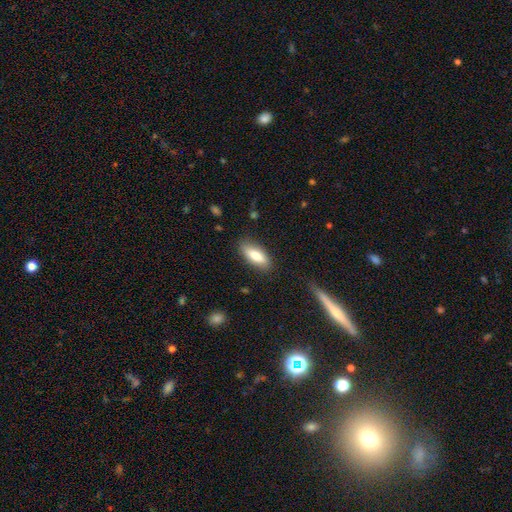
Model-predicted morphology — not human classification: smooth 79%, featured or disk 14%, star or artifact 6%. Down the decision tree: how rounded — in between (75%); merging — none (84%).